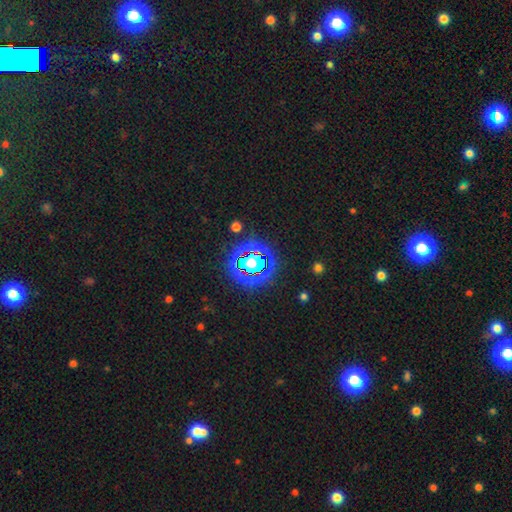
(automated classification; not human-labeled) Morphology: type=star or artifact (68%).